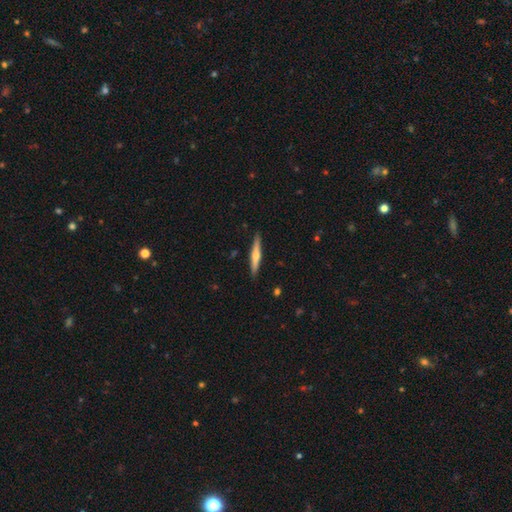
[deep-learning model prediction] This appears to be a featured or disk galaxy (56%) viewed edge-on (96%) with a rounded central bulge (85%). Merging: none (90%).